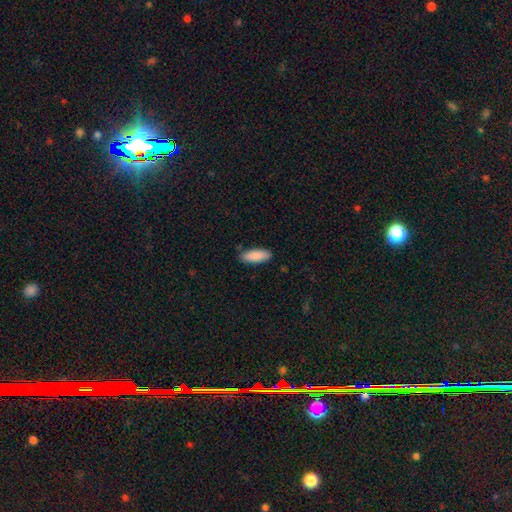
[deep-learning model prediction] Q: Smooth or featured?
A: smooth (90%); runner-up: star or artifact (6%)
Q: How rounded?
A: in between (72%); runner-up: cigar-shaped (26%)
Q: Merging?
A: none (85%); runner-up: minor disturbance (11%)